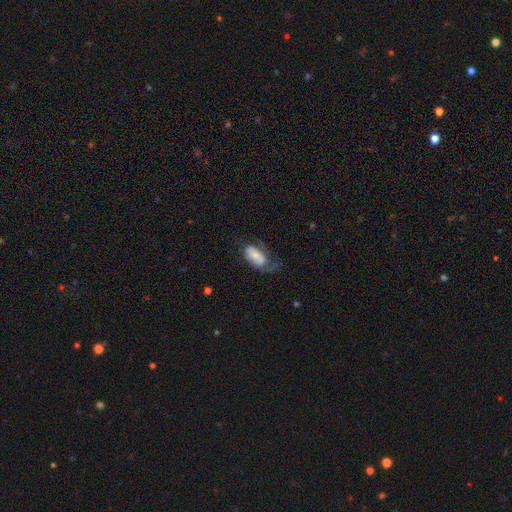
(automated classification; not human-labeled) Morphology: type=smooth (67%); roundness=in between (92%); merging=major disturbance (42%).